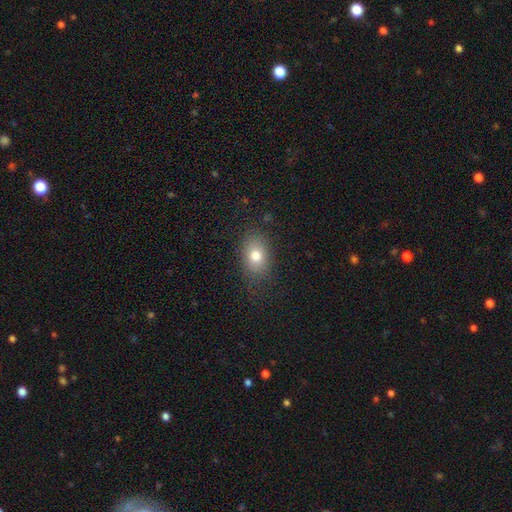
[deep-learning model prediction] Q: Smooth or featured?
A: smooth (78%); runner-up: featured or disk (11%)
Q: How rounded?
A: in between (74%); runner-up: round (25%)
Q: Merging?
A: none (81%); runner-up: minor disturbance (13%)